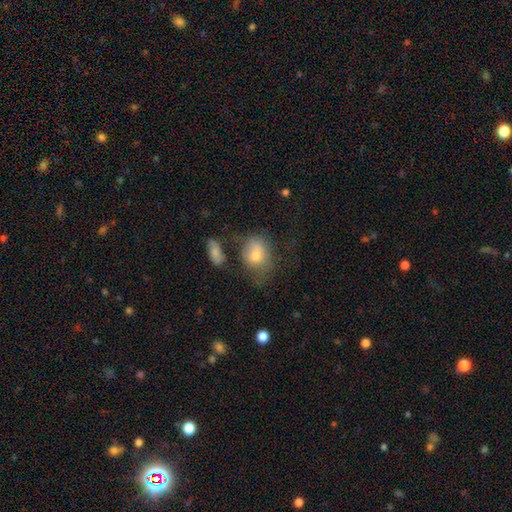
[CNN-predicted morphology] The model was most divided on "merging": none: 44%, minor disturbance: 28%, major disturbance: 20%, merger: 9%. More confident: smooth or featured — smooth (71%); how rounded — in between (58%).